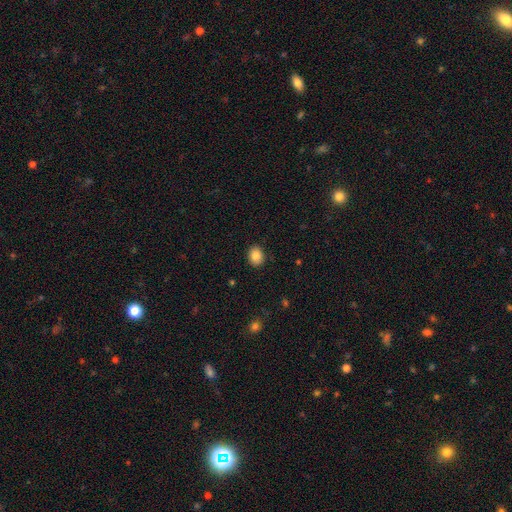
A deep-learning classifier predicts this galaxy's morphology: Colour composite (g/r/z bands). It shows a smooth galaxy with no disk features (85%) that is round (56%). Merging: none (90%).